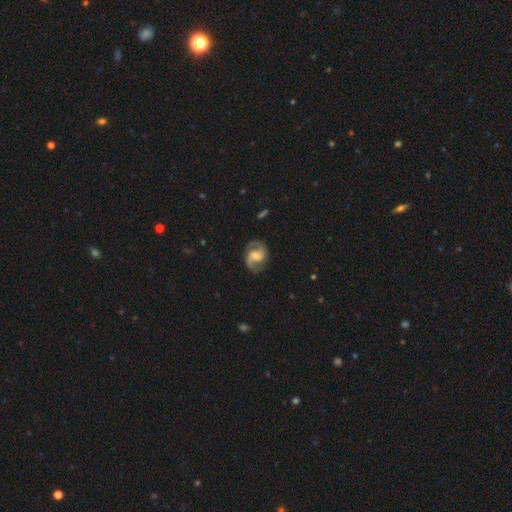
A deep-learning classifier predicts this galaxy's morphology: Smooth or featured?
  - featured or disk: 88% *
  - smooth: 7%
  - star or artifact: 5%
Edge-on disk?
  - no: 98% *
  - yes: 2%
Bar?
  - weak: 50% *
  - no: 33%
  - strong: 16%
Spiral arms?
  - yes: 97% *
  - no: 3%
Spiral winding?
  - medium: 58% *
  - loose: 24%
  - tight: 18%
Spiral arm count?
  - 2: 93% *
  - can't tell: 2%
  - 1: 2%
  - 3: 1%
  - 4: 1%
  - more than 4: 1%
Bulge size?
  - moderate: 53% *
  - small: 35%
  - large: 6%
  - none: 5%
  - dominant: 1%
Merging?
  - none: 80% *
  - minor disturbance: 14%
  - major disturbance: 5%
  - merger: 1%